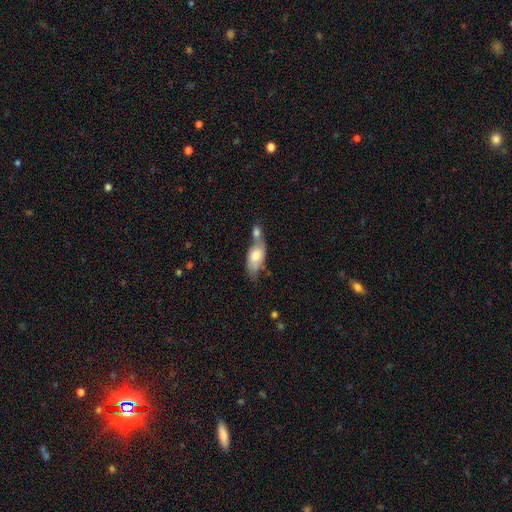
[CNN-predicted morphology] A smooth galaxy with no disk features (63%) that is in between round and cigar-shaped (84%). Merging: merger (50%).